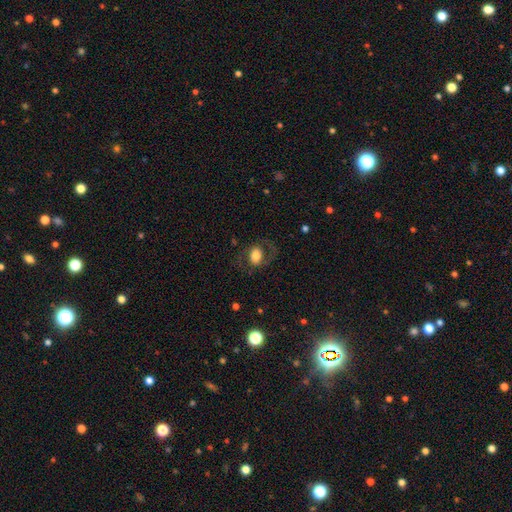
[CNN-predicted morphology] This is possibly a smooth galaxy (53%). How rounded: likely in between (67%). Merging: likely none (67%).